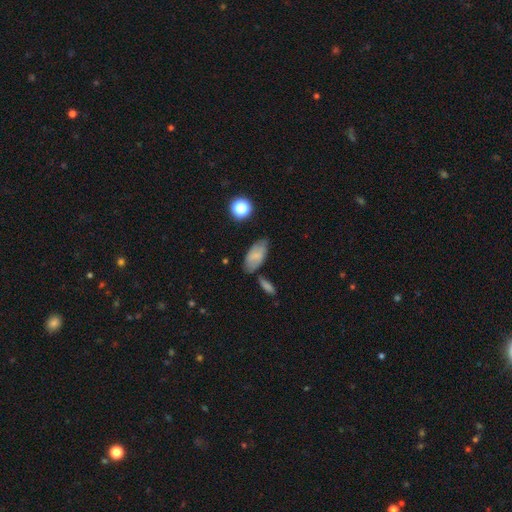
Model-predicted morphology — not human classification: This is likely a smooth galaxy (70%). How rounded: clearly in between (90%). Merging: likely none (64%).